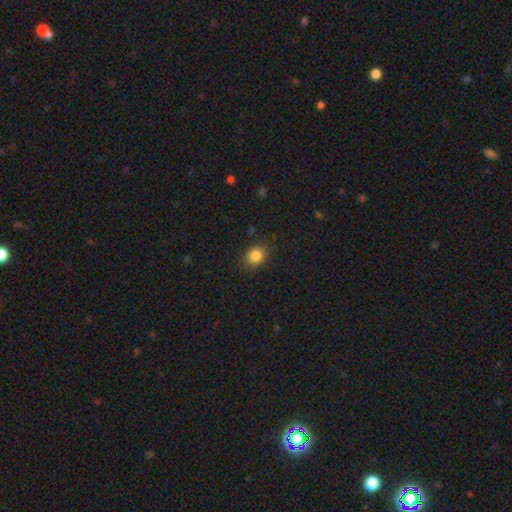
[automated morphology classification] Smooth or featured? smooth (84%)
How rounded? in between (50%)
Merging? none (83%)